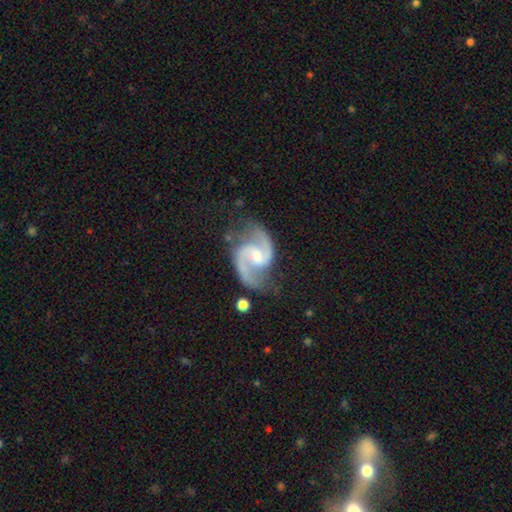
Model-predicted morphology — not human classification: A featured or disk galaxy (93%) with a weak bar (52%), 2 (94%) medium (61%) spiral arms (98%) and a small central bulge (52%). Merging: none (71%).